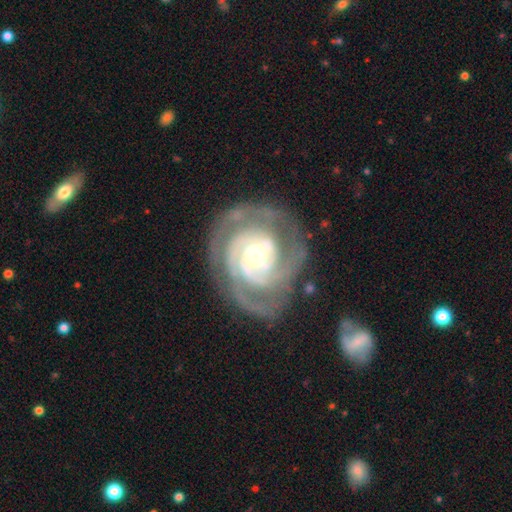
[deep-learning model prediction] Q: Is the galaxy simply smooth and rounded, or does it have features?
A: featured or disk — 92%.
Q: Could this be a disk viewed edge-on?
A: no — 98%.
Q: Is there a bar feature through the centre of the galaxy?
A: no — 61%.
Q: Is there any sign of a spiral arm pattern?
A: yes — 98%.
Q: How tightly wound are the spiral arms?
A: tight — 73%.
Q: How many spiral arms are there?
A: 3 — 42%.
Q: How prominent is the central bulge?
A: moderate — 68%.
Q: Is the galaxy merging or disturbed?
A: none — 77%.